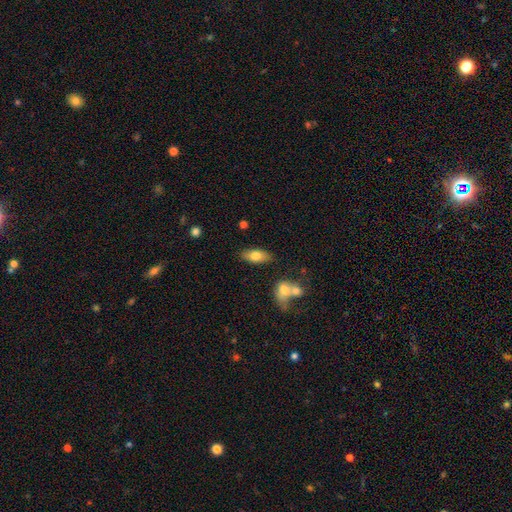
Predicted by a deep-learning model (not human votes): smooth-or-featured: smooth: 74% | featured or disk: 20% | star or artifact: 7%
  how-rounded: in between: 83% | cigar-shaped: 14% | round: 3%
  merging: none: 78% | minor disturbance: 12% | merger: 7% | major disturbance: 3%